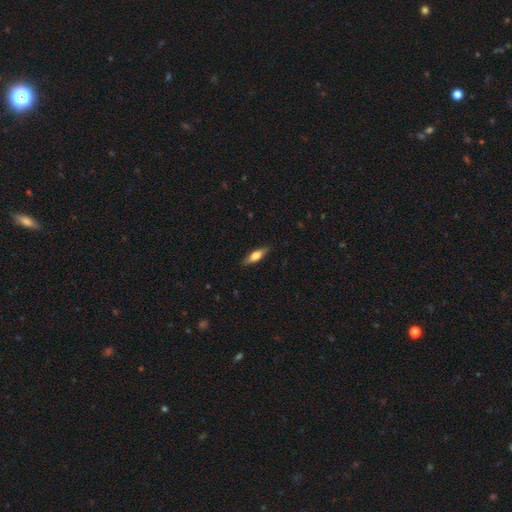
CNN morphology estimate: smooth 58%, featured or disk 36%, star or artifact 6%. Down the decision tree: how rounded — cigar-shaped (51%); merging — none (87%).